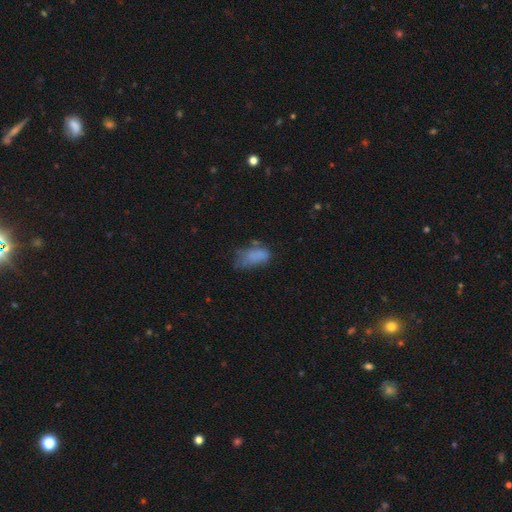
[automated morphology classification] Smooth or featured?
  - smooth: 74% *
  - featured or disk: 15%
  - star or artifact: 11%
How rounded?
  - in between: 90% *
  - cigar-shaped: 6%
  - round: 4%
Merging?
  - none: 36% *
  - minor disturbance: 34%
  - major disturbance: 24%
  - merger: 6%